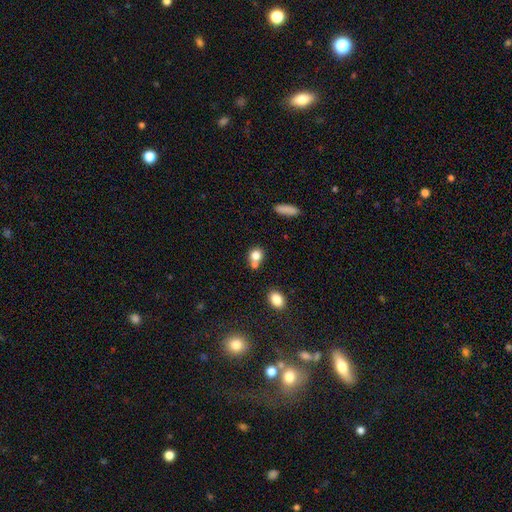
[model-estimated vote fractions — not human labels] Morphology: type=smooth (79%); roundness=round (78%); merging=none (48%).